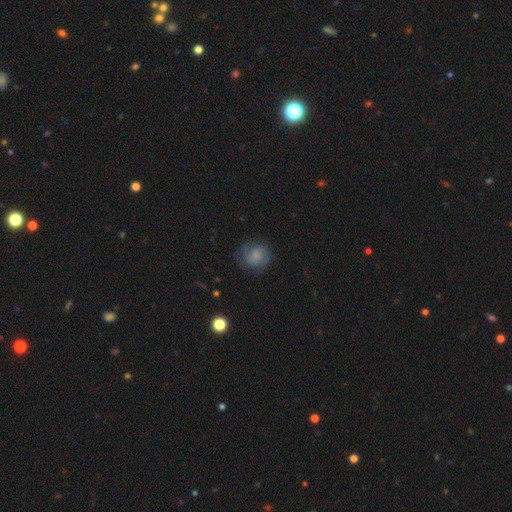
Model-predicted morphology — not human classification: Smooth or featured? Predicted: smooth (p=0.63). How rounded? Predicted: round (p=0.81). Merging? Predicted: none (p=0.68).